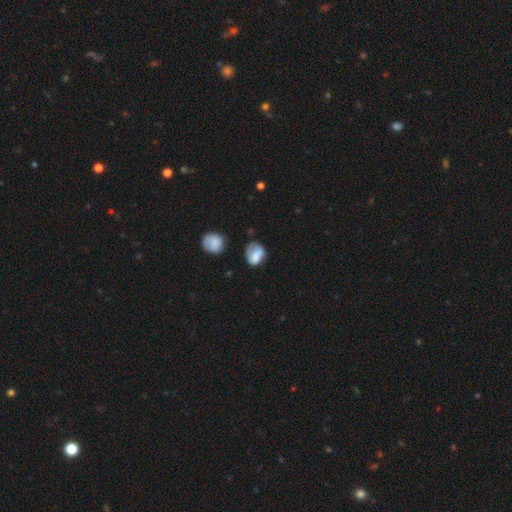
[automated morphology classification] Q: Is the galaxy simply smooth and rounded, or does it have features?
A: smooth — 77%.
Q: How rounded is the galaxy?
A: in between — 61%.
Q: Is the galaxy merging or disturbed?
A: none — 45%.